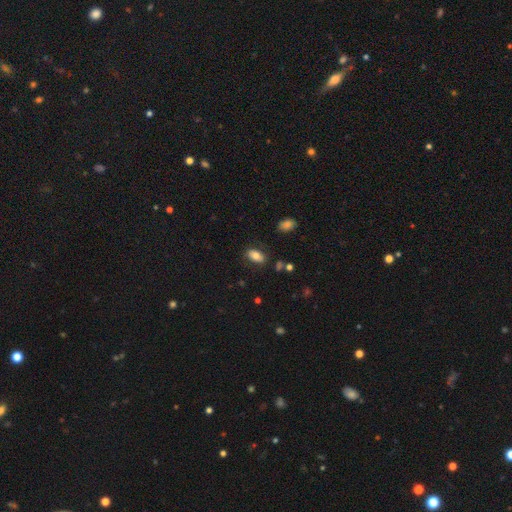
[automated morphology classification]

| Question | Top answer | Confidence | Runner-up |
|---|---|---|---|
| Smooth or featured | smooth | 77% | featured or disk (14%) |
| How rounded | in between | 91% | round (5%) |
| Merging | none | 81% | minor disturbance (13%) |